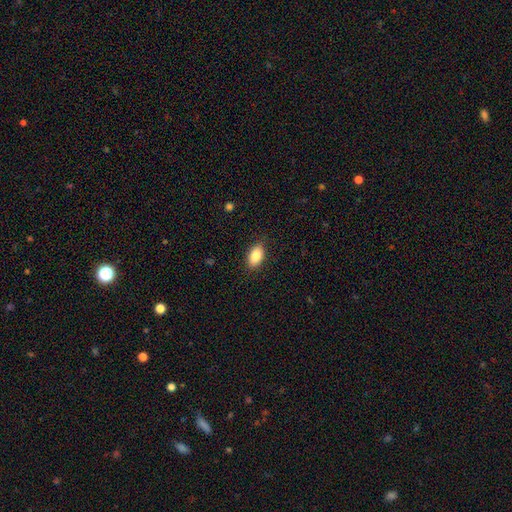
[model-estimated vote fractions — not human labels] smooth_or_featured: smooth (p=0.86) [alt: star or artifact p=0.07]
how_rounded: in between (p=0.92) [alt: round p=0.05]
merging: none (p=0.87) [alt: minor disturbance p=0.09]